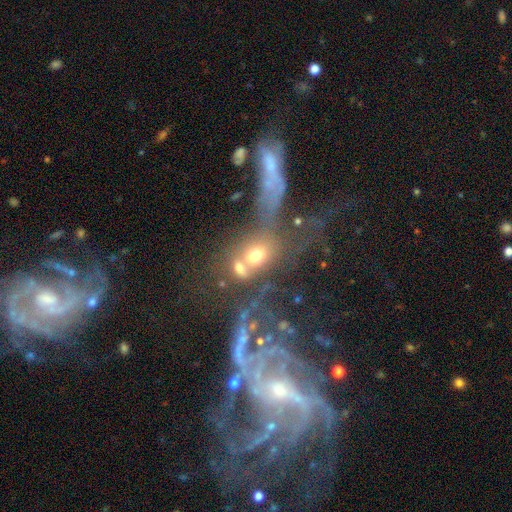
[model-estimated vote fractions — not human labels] Smooth or featured?
  - smooth: 47% *
  - featured or disk: 35%
  - star or artifact: 18%
Merging?
  - merger: 47% *
  - none: 21%
  - major disturbance: 21%
  - minor disturbance: 11%